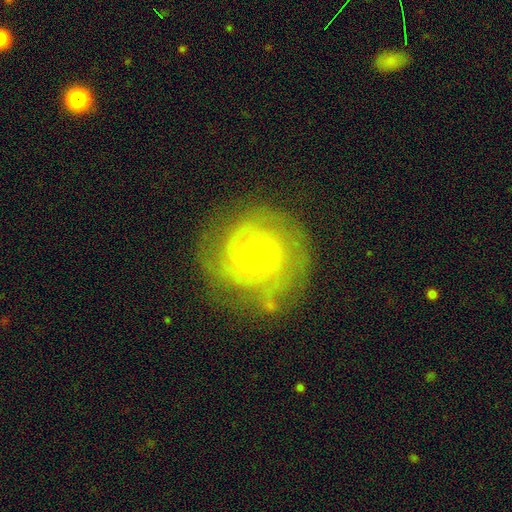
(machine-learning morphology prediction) A featured or disk galaxy (85%) with no bar (70%), 2 (30%) tight (76%) spiral arms (96%) and a small central bulge (81%).

Vote fractions:
- Smooth or featured? featured or disk: 85% / smooth: 8% / star or artifact: 6%
- Edge-on disk? no: 98% / yes: 2%
- Bar? no: 70% / weak: 24% / strong: 6%
- Spiral arms? yes: 96% / no: 4%
- Spiral winding? tight: 76% / medium: 20% / loose: 3%
- Spiral arm count? 2: 30% / 3: 24% / can't tell: 23% / 4: 12% / more than 4: 5% / 1: 5%
- Bulge size? small: 81% / moderate: 16% / none: 1% / large: 1% / dominant: 1%
- Merging? none: 74% / minor disturbance: 17% / major disturbance: 7% / merger: 2%